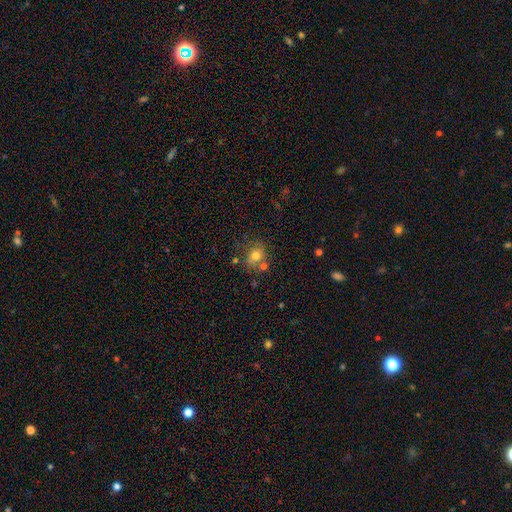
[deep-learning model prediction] Smooth or featured?
  - smooth: 72% *
  - featured or disk: 16%
  - star or artifact: 12%
How rounded?
  - round: 62% *
  - in between: 37%
  - cigar-shaped: 1%
Merging?
  - none: 61% *
  - minor disturbance: 17%
  - merger: 16%
  - major disturbance: 6%